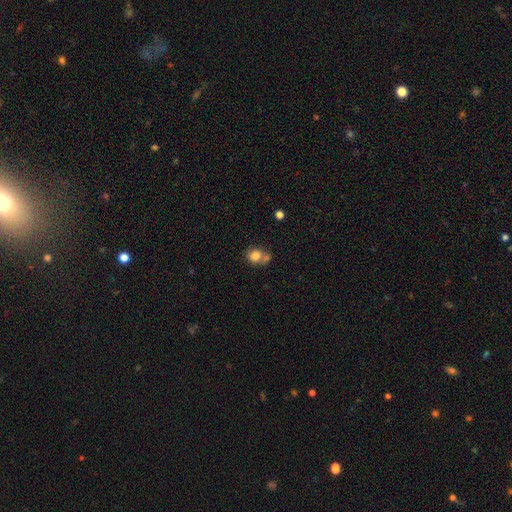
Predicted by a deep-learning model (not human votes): A smooth galaxy with no disk features (80%) that is round (63%).

Vote fractions:
- Smooth or featured? smooth: 80% / star or artifact: 10% / featured or disk: 10%
- How rounded? round: 63% / in between: 36% / cigar-shaped: 1%
- Merging? none: 44% / merger: 33% / minor disturbance: 16% / major disturbance: 7%